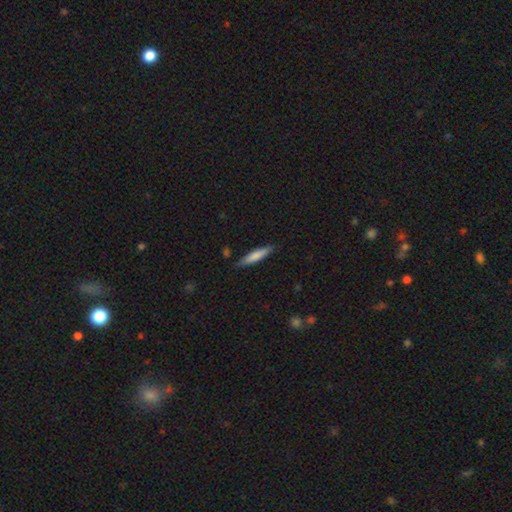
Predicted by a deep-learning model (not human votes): smooth-or-featured: smooth: 74% | featured or disk: 21% | star or artifact: 5%
  how-rounded: cigar-shaped: 88% | in between: 11% | round: 1%
  merging: none: 84% | minor disturbance: 12% | major disturbance: 2% | merger: 2%